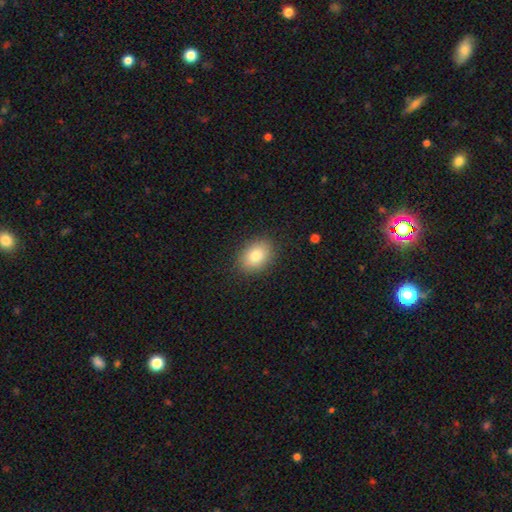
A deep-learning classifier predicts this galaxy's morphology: Smooth or featured? smooth (81%)
How rounded? in between (69%)
Merging? none (87%)